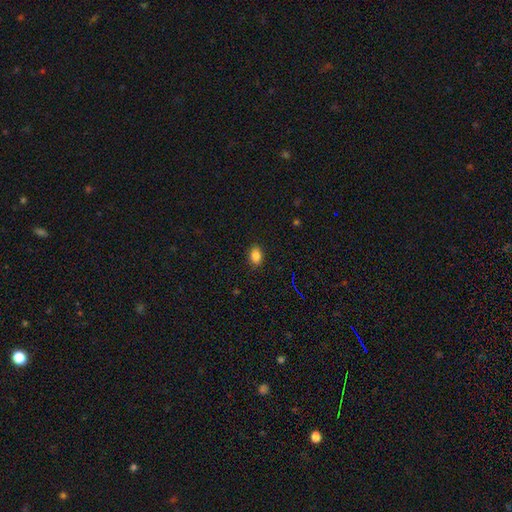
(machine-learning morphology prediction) Q: Smooth or featured?
A: smooth (84%); runner-up: star or artifact (11%)
Q: How rounded?
A: in between (80%); runner-up: round (18%)
Q: Merging?
A: none (87%); runner-up: minor disturbance (9%)